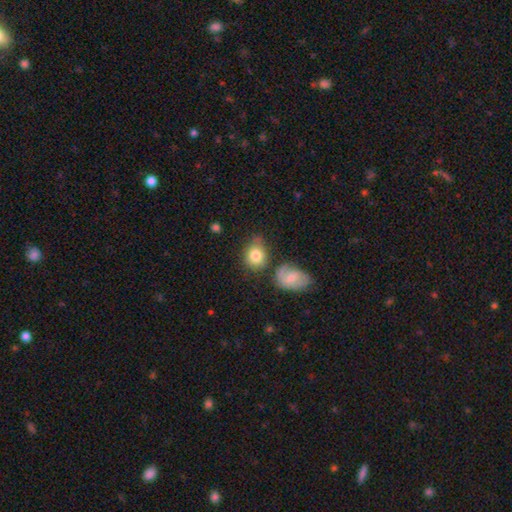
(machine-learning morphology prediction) smooth-or-featured: smooth: 80% | featured or disk: 13% | star or artifact: 7%
  how-rounded: round: 55% | in between: 44% | cigar-shaped: 1%
  merging: none: 55% | minor disturbance: 23% | merger: 14% | major disturbance: 8%